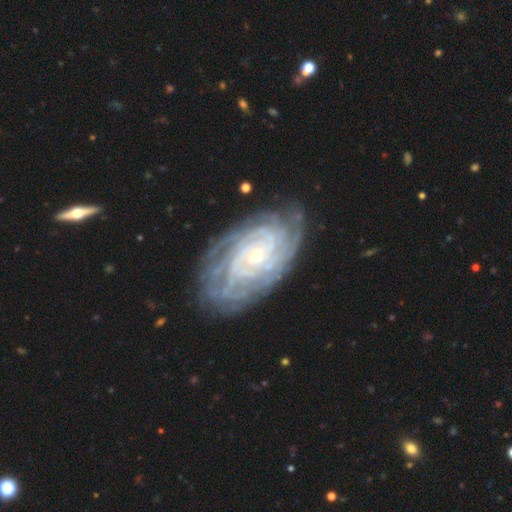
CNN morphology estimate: smooth_or_featured: featured or disk (p=0.89) [alt: smooth p=0.06]
disk_edge_on: no (p=0.96) [alt: yes p=0.04]
bar: no (p=0.72) [alt: weak p=0.21]
has_spiral_arms: yes (p=0.98) [alt: no p=0.02]
spiral_winding: tight (p=0.82) [alt: medium p=0.16]
spiral_arm_count: can't tell (p=0.26) [alt: more than 4 p=0.23]
bulge_size: small (p=0.73) [alt: moderate p=0.22]
merging: none (p=0.79) [alt: minor disturbance p=0.15]